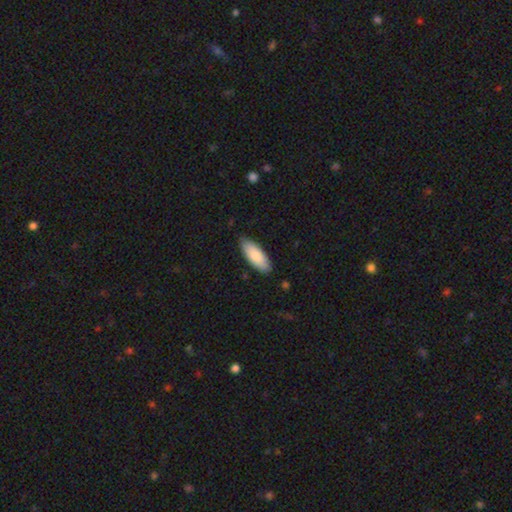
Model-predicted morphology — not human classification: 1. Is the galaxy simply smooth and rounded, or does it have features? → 82% smooth, 13% featured or disk, 5% star or artifact.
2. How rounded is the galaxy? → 79% in between, 19% cigar-shaped, 2% round.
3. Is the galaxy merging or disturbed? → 85% none, 12% minor disturbance, 2% major disturbance, 1% merger.